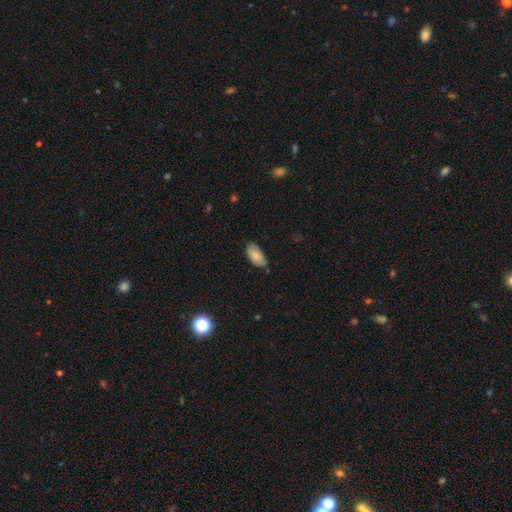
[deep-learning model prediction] This is clearly a smooth galaxy (83%). How rounded: clearly in between (94%). Merging: likely none (72%).